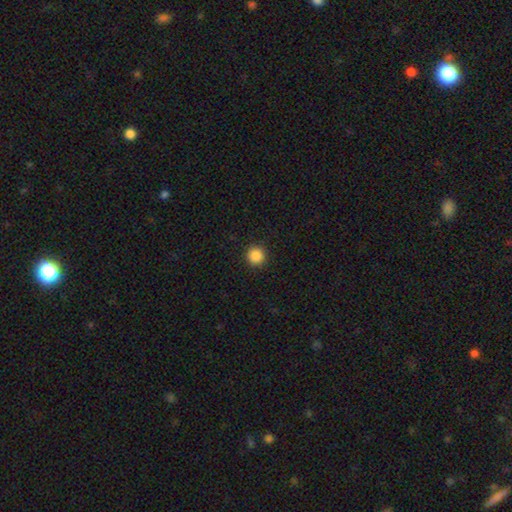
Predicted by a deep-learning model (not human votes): This is clearly a smooth galaxy (87%). How rounded: clearly round (95%). Merging: clearly none (92%).